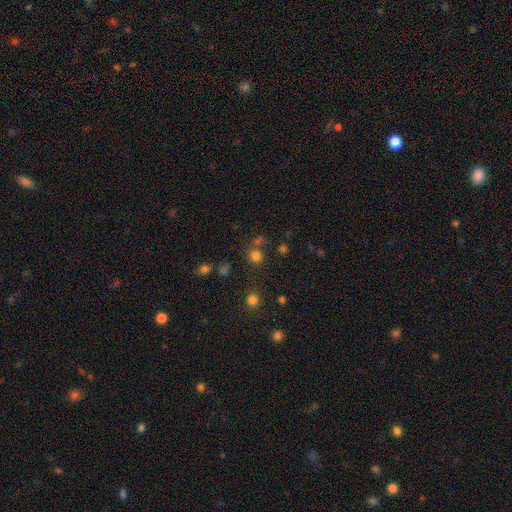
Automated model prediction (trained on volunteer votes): Smooth or featured? smooth (73%)
How rounded? round (86%)
Merging? none (72%)